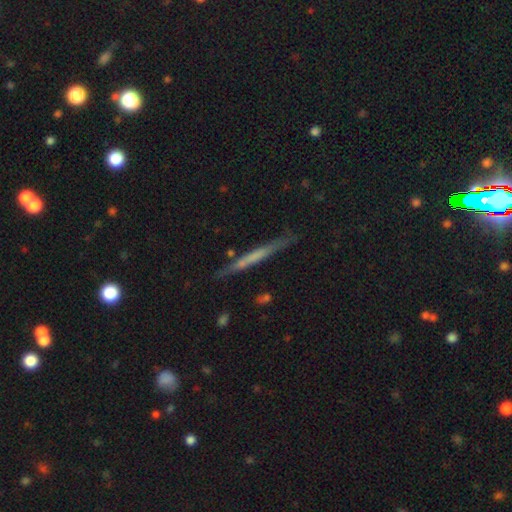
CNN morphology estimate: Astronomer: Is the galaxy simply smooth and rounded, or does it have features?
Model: featured or disk — 48% (runner-up: smooth, 46%).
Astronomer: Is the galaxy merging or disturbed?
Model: none — 81%.